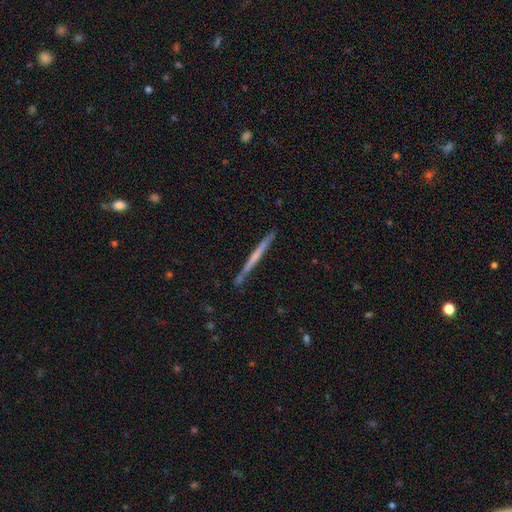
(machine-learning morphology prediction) A featured or disk galaxy (53%) viewed edge-on (97%) with no central bulge (83%).

Vote fractions:
- Smooth or featured? featured or disk: 53% / smooth: 42% / star or artifact: 5%
- Edge-on disk? yes: 97% / no: 3%
- Edge-on bulge? none: 83% / rounded: 11% / boxy: 6%
- Merging? none: 87% / minor disturbance: 9% / merger: 2% / major disturbance: 2%